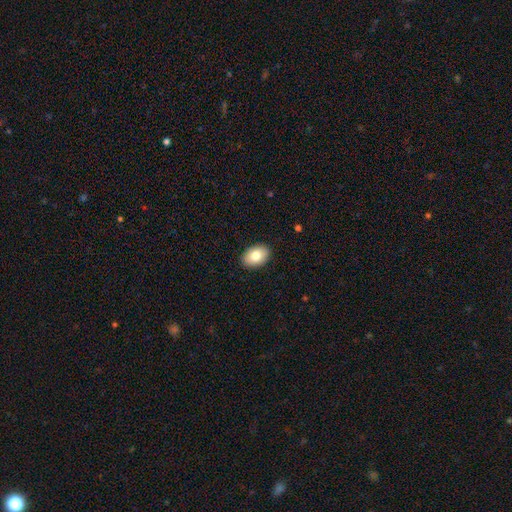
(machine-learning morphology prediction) smooth_or_featured: smooth (p=0.81) [alt: featured or disk p=0.12]
how_rounded: in between (p=0.87) [alt: round p=0.12]
merging: none (p=0.90) [alt: minor disturbance p=0.07]